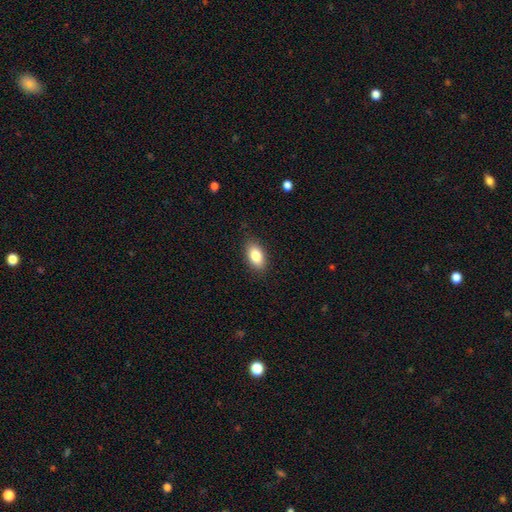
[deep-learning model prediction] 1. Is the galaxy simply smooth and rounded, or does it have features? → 85% smooth, 8% featured or disk, 7% star or artifact.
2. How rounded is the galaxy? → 92% in between, 5% round, 3% cigar-shaped.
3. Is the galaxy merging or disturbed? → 87% none, 10% minor disturbance, 2% major disturbance, 1% merger.